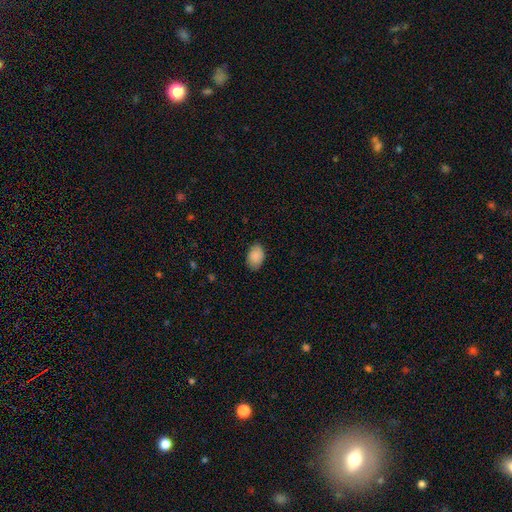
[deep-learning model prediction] Q: Smooth or featured?
A: smooth (90%); runner-up: star or artifact (7%)
Q: How rounded?
A: in between (88%); runner-up: round (11%)
Q: Merging?
A: none (85%); runner-up: minor disturbance (12%)